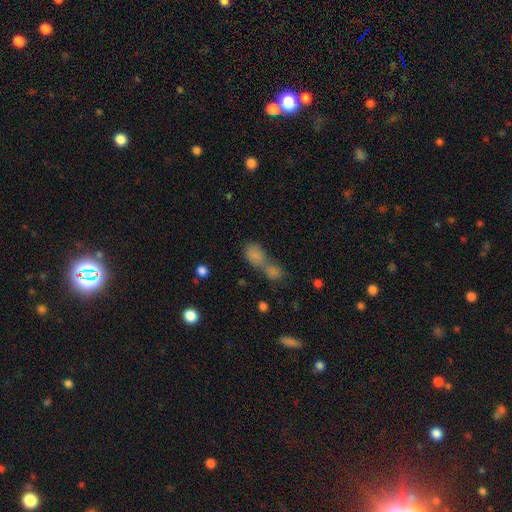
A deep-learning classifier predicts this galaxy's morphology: smooth_or_featured: smooth (p=0.79) [alt: star or artifact p=0.12]
how_rounded: in between (p=0.75) [alt: round p=0.21]
merging: merger (p=0.64) [alt: none p=0.23]